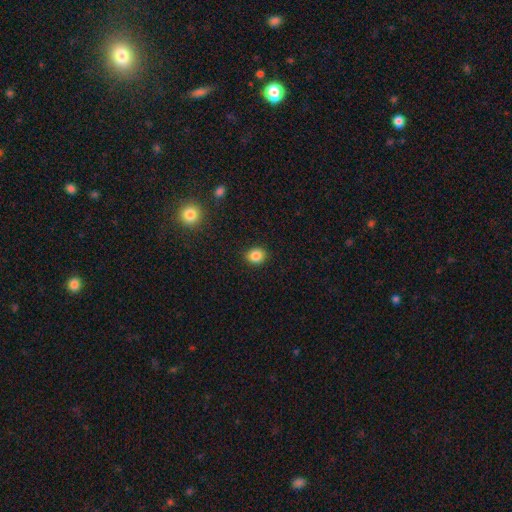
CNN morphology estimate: smooth_or_featured: smooth (p=0.85) [alt: star or artifact p=0.11]
how_rounded: round (p=0.72) [alt: in between p=0.27]
merging: none (p=0.90) [alt: minor disturbance p=0.07]